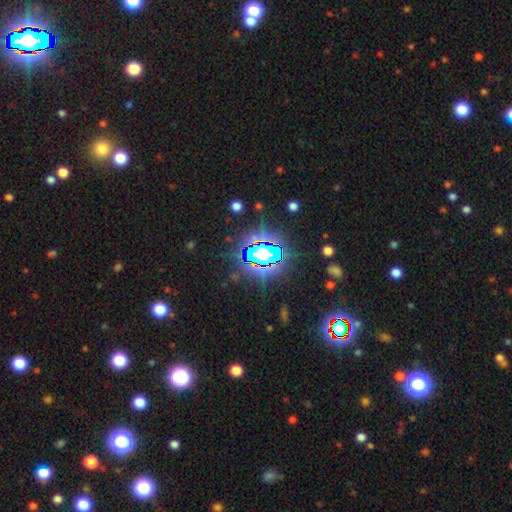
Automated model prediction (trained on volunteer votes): Morphology: type=star or artifact (82%).